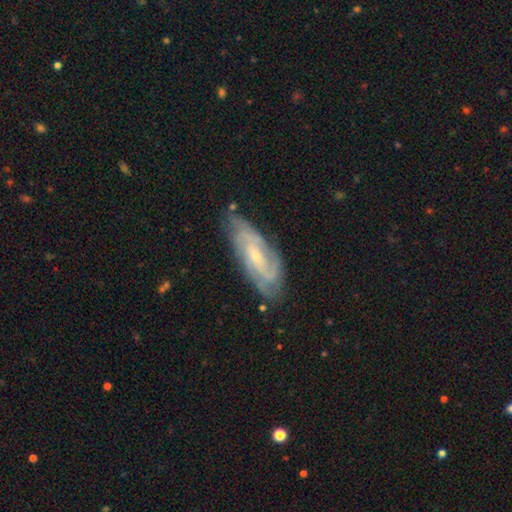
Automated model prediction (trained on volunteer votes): The model was most divided on "spiral arm count": 2: 34%, can't tell: 32%, 3: 19%, 4: 8%, 1: 4%, more than 4: 4%. Remaining: spiral arms — yes (94%); edge-on disk — no (88%); smooth or featured — featured or disk (80%); merging — none (74%); bulge size — small (65%); spiral winding — tight (53%); bar — no (46%).